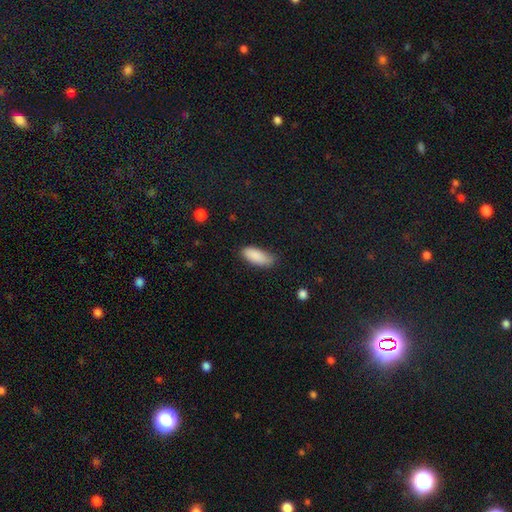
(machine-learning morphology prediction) This appears to be a smooth galaxy with no disk features (88%) that is in between round and cigar-shaped (84%). Merging: none (71%).